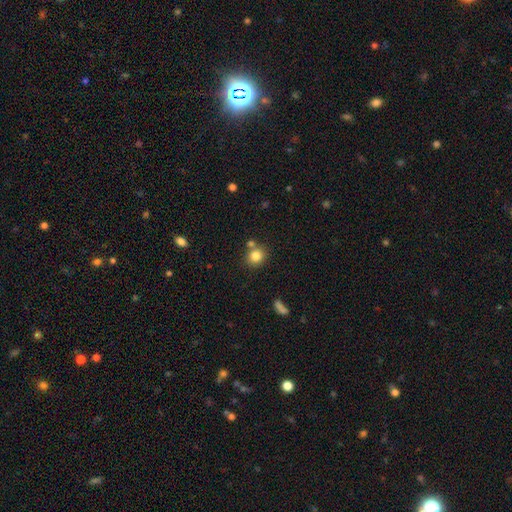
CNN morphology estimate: Smooth or featured? smooth (82%)
How rounded? round (80%)
Merging? none (68%)